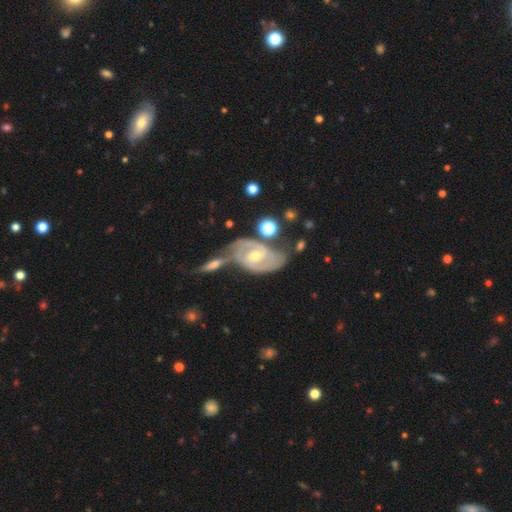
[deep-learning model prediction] This appears to be a featured or disk galaxy (86%) with a weak bar (46%), 2 (76%) tight (43%, tied with medium) spiral arms (93%) and a moderate central bulge (53%). Merging: none (43%).